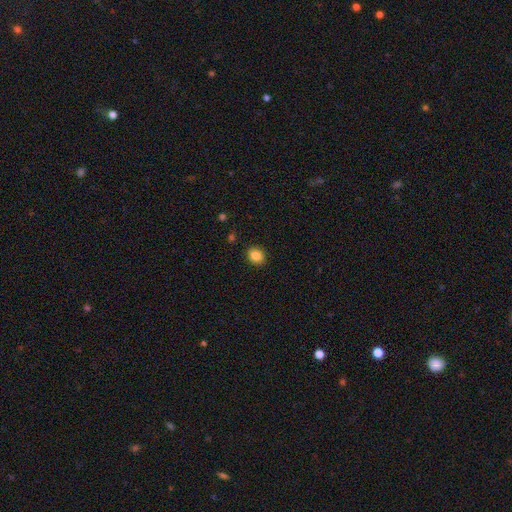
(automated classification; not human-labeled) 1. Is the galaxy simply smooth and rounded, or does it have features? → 85% smooth, 10% star or artifact, 5% featured or disk.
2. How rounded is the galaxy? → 60% round, 39% in between, 1% cigar-shaped.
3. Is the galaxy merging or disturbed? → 90% none, 7% minor disturbance, 2% major disturbance, 1% merger.